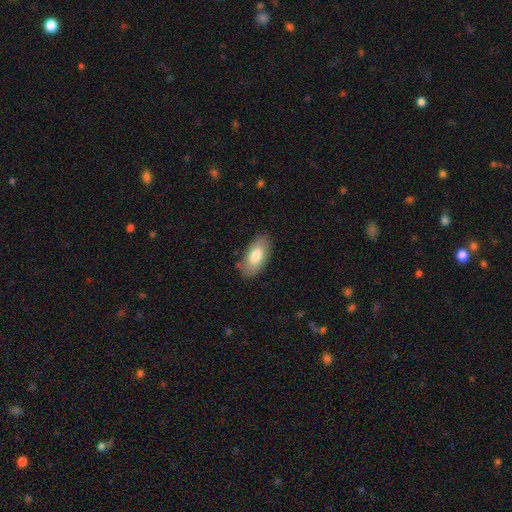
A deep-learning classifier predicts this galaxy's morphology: A smooth galaxy with no disk features (77%) that is in between round and cigar-shaped (93%). Merging: none (83%).